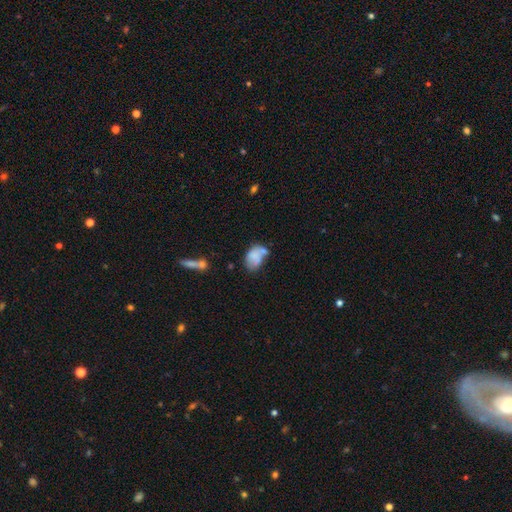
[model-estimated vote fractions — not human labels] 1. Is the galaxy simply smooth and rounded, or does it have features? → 70% smooth, 21% featured or disk, 9% star or artifact.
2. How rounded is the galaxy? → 82% in between, 17% round, 1% cigar-shaped.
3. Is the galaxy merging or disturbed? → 35% none, 27% merger, 24% minor disturbance, 13% major disturbance.